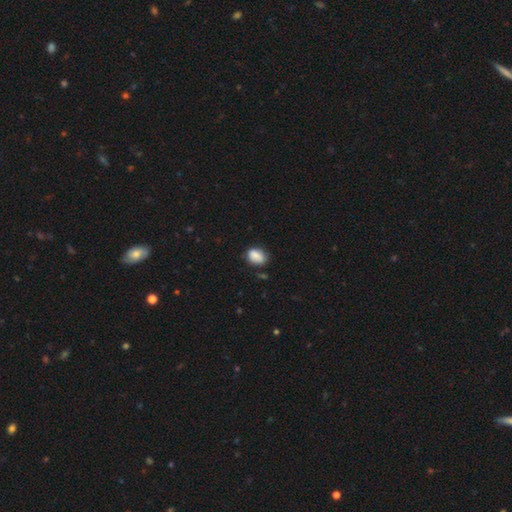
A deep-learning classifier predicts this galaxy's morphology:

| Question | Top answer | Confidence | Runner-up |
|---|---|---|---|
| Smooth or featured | smooth | 85% | star or artifact (8%) |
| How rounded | in between | 75% | round (24%) |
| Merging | none | 69% | minor disturbance (23%) |